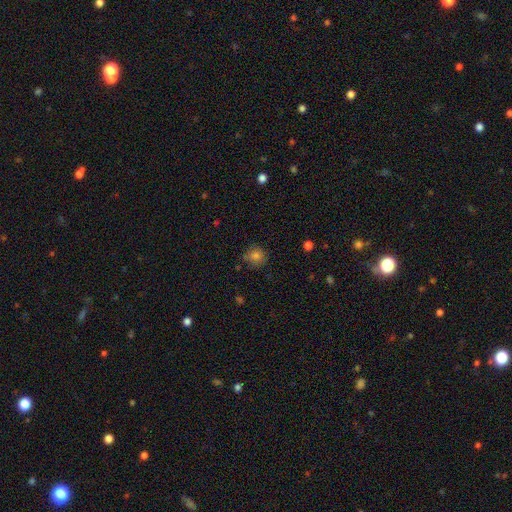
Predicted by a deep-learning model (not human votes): Overall: smooth (79%). How rounded: round (81%). Merging: none (74%).